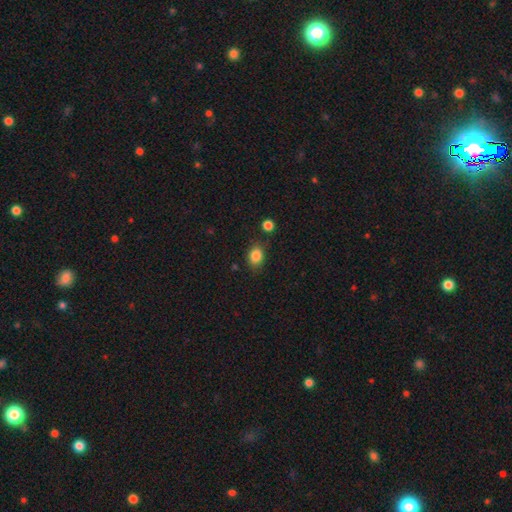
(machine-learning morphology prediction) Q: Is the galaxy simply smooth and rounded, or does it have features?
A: smooth — 85%.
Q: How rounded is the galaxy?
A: in between — 58%.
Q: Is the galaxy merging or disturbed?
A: none — 77%.